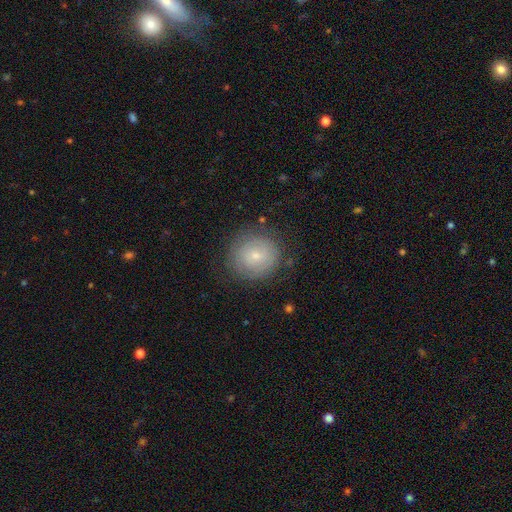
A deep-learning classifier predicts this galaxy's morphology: Smooth or featured?
  - smooth: 60% *
  - featured or disk: 31%
  - star or artifact: 9%
How rounded?
  - round: 90% *
  - in between: 9%
  - cigar-shaped: 1%
Merging?
  - none: 81% *
  - minor disturbance: 13%
  - major disturbance: 5%
  - merger: 1%